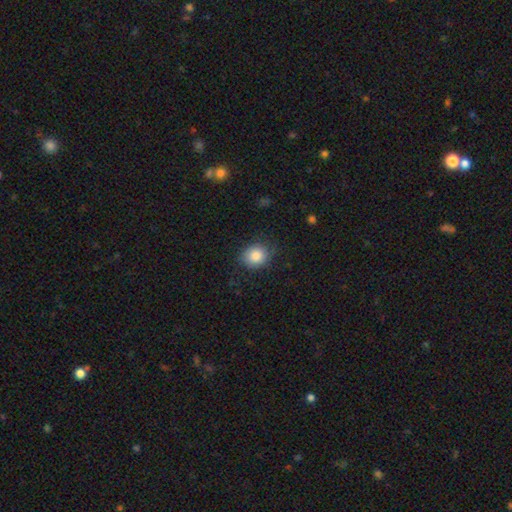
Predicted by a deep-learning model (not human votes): Smooth or featured? Predicted: smooth (p=0.85). How rounded? Predicted: round (p=0.67). Merging? Predicted: none (p=0.77).